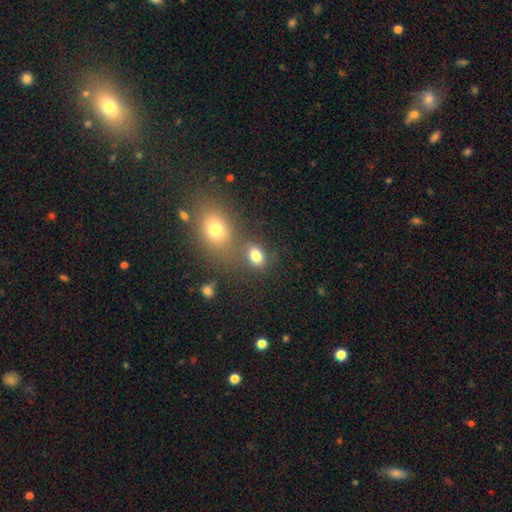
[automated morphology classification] Overall: smooth (79%). How rounded: in between (68%; round 31%). Merging: none (58%; merger 24%).